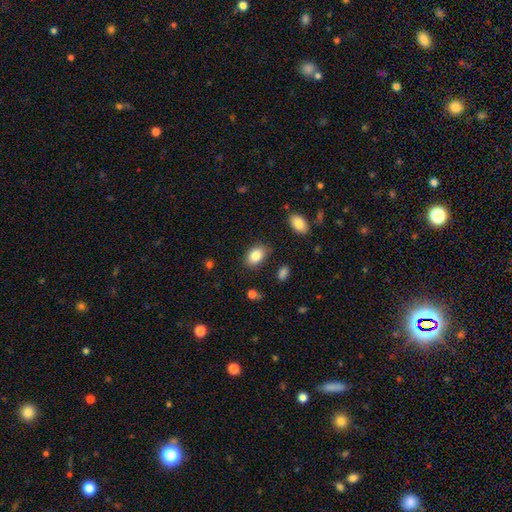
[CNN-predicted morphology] smooth_or_featured: smooth (p=0.84) [alt: star or artifact p=0.08]
how_rounded: in between (p=0.86) [alt: round p=0.13]
merging: none (p=0.83) [alt: minor disturbance p=0.12]